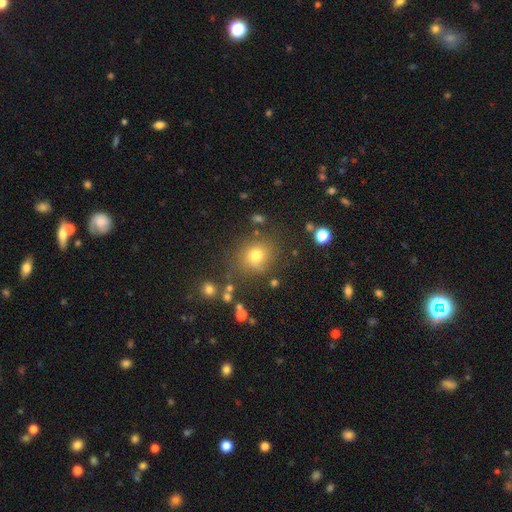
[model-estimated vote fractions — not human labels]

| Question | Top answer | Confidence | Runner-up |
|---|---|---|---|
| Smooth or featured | smooth | 74% | star or artifact (17%) |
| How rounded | round | 79% | in between (20%) |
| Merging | none | 75% | minor disturbance (14%) |